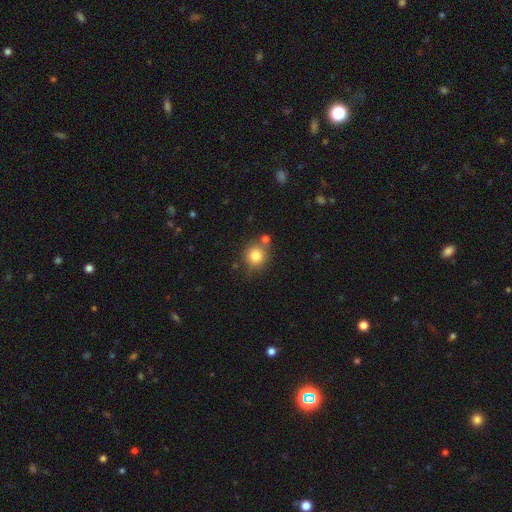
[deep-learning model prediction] smooth_or_featured: smooth (p=0.81) [alt: star or artifact p=0.11]
how_rounded: round (p=0.87) [alt: in between p=0.12]
merging: none (p=0.69) [alt: merger p=0.16]